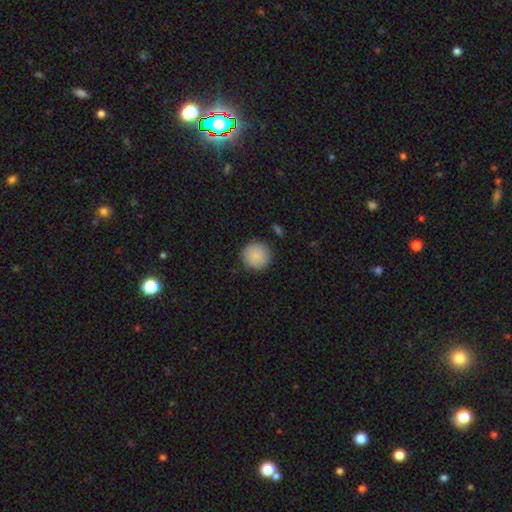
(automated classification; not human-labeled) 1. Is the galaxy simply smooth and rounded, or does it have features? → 86% smooth, 7% star or artifact, 7% featured or disk.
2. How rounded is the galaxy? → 95% round, 4% in between, 1% cigar-shaped.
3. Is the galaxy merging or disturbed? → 87% none, 9% minor disturbance, 3% major disturbance, 1% merger.